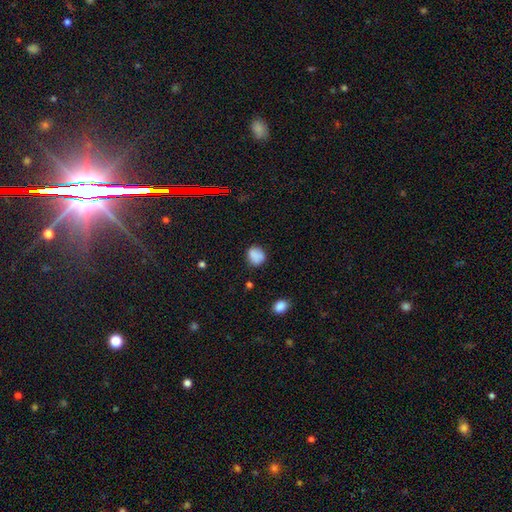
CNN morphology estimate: Smooth or featured? smooth (85%)
How rounded? round (72%)
Merging? none (78%)